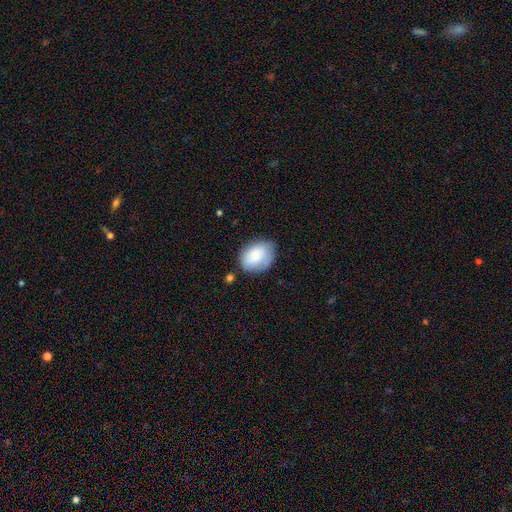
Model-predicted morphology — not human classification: Smooth or featured: smooth — 78% (featured or disk — 15%)
How rounded: in between — 71% (round — 28%)
Merging: none — 67% (minor disturbance — 23%)